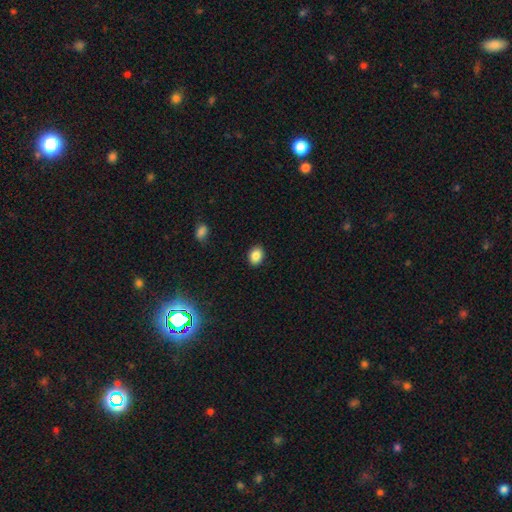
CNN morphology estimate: Q: Smooth or featured?
A: smooth (86%); runner-up: star or artifact (9%)
Q: How rounded?
A: in between (66%); runner-up: round (33%)
Q: Merging?
A: none (89%); runner-up: minor disturbance (8%)